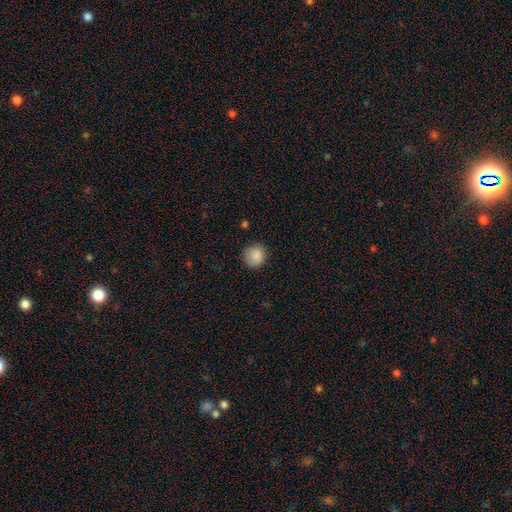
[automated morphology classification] This is clearly a smooth galaxy (87%). How rounded: clearly round (89%). Merging: clearly none (84%).